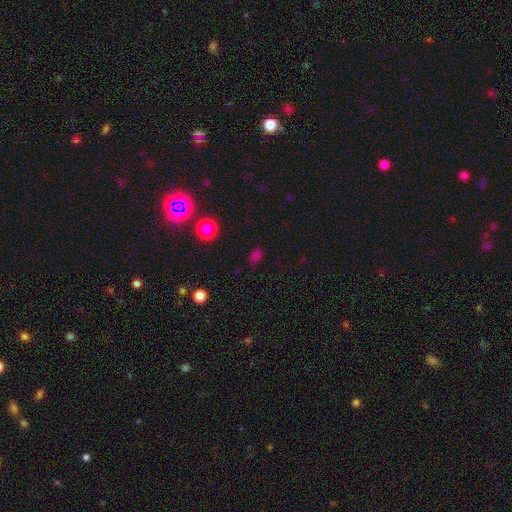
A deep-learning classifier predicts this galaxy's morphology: smooth-or-featured: smooth: 64% | star or artifact: 31% | featured or disk: 5%
  how-rounded: in between: 66% | round: 29% | cigar-shaped: 5%
  merging: none: 80% | minor disturbance: 12% | major disturbance: 5% | merger: 3%